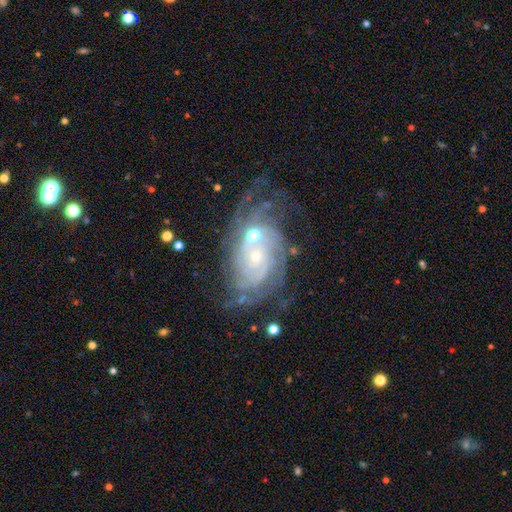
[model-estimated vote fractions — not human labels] A featured or disk galaxy (85%) with no bar (74%), tight (68%) spiral arms (95%) and a small central bulge (66%). Merging: none (54%).